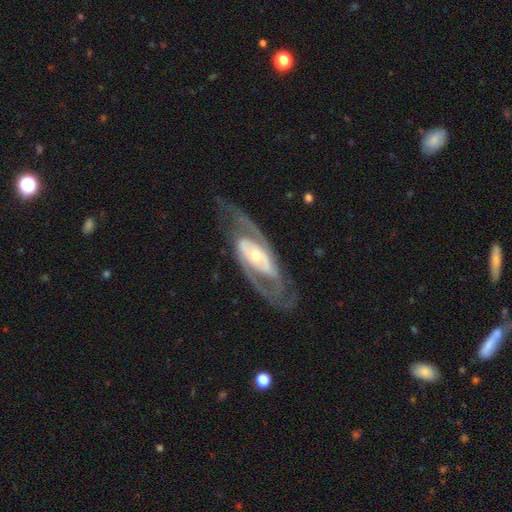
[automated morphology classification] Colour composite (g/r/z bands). It shows a featured or disk galaxy (88%) with no bar (43%), 2 (83%) medium (45%) spiral arms (89%) and a moderate central bulge (52%). Merging: none (71%).